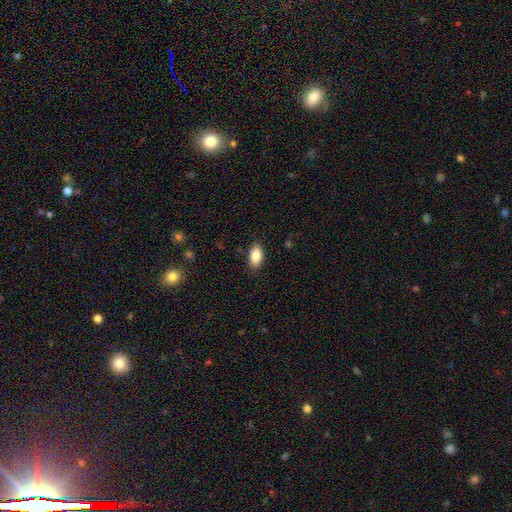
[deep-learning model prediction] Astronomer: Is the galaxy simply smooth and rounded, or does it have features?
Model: smooth — 86%.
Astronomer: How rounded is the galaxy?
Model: in between — 93%.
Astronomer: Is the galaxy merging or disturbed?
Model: none — 87%.